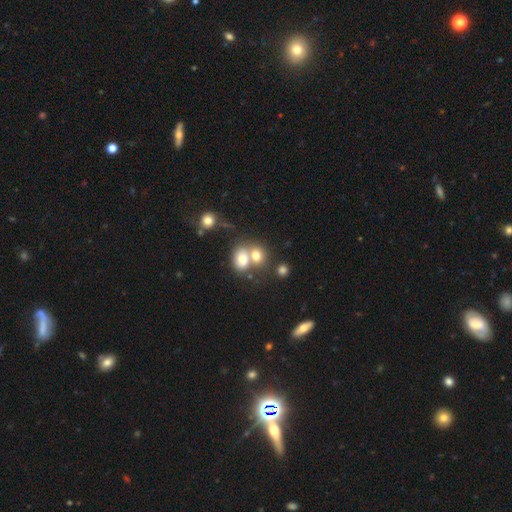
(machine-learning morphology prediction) Smooth or featured?
  - smooth: 71% *
  - featured or disk: 16%
  - star or artifact: 12%
How rounded?
  - round: 54% *
  - in between: 44%
  - cigar-shaped: 1%
Merging?
  - merger: 56% *
  - none: 32%
  - minor disturbance: 8%
  - major disturbance: 4%